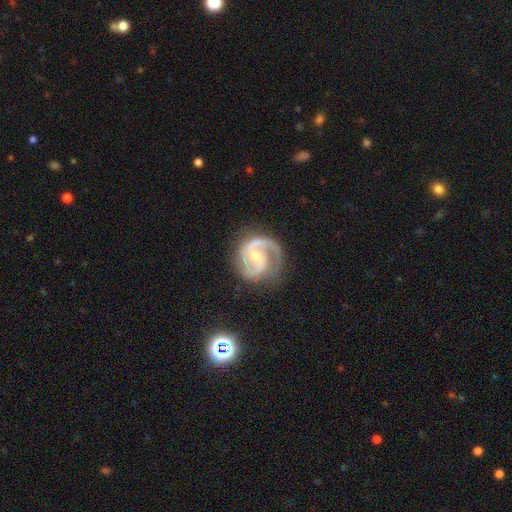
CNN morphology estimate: smooth_or_featured: featured or disk (p=0.91) [alt: star or artifact p=0.05]
disk_edge_on: no (p=0.98) [alt: yes p=0.02]
bar: weak (p=0.50) [alt: no p=0.30]
has_spiral_arms: yes (p=0.98) [alt: no p=0.02]
spiral_winding: medium (p=0.58) [alt: tight p=0.29]
spiral_arm_count: 2 (p=0.86) [alt: 3 p=0.05]
bulge_size: small (p=0.52) [alt: moderate p=0.44]
merging: none (p=0.73) [alt: minor disturbance p=0.17]